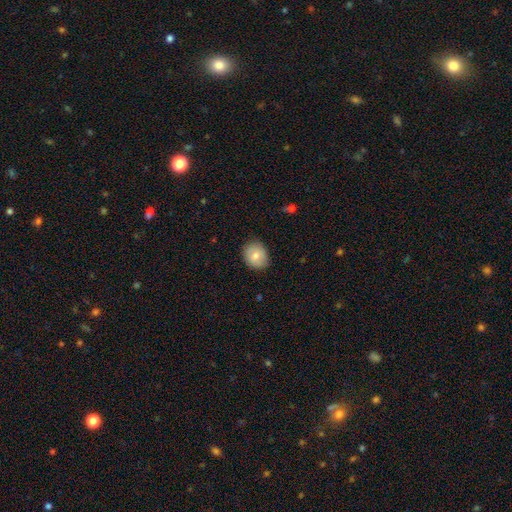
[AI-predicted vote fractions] smooth_or_featured: smooth (p=0.78) [alt: featured or disk p=0.14]
how_rounded: round (p=0.55) [alt: in between p=0.44]
merging: none (p=0.83) [alt: minor disturbance p=0.13]